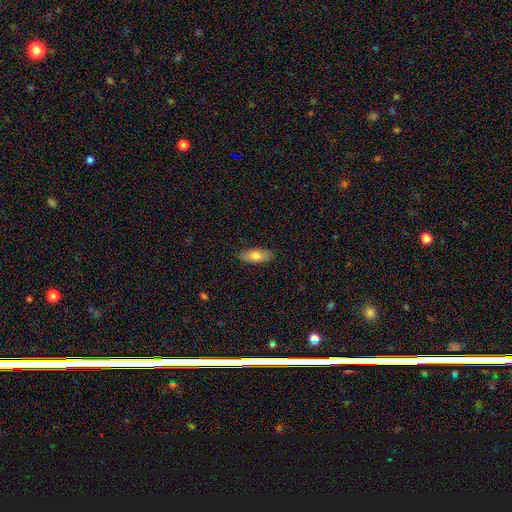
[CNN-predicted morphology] A smooth galaxy with no disk features (76%) that is in between round and cigar-shaped (81%). Merging: none (88%).